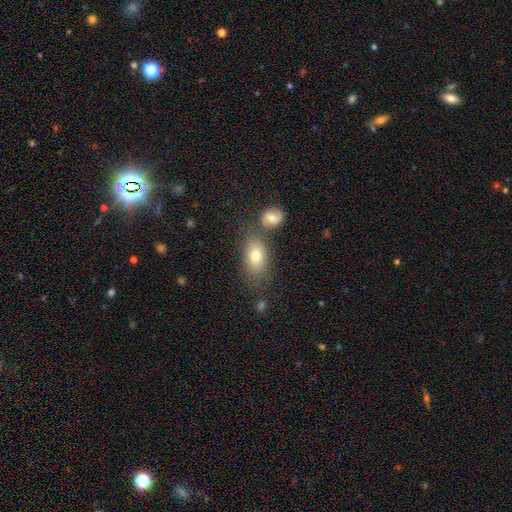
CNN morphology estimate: Overall: smooth (76%). How rounded: in between (86%). Merging: none (61%).